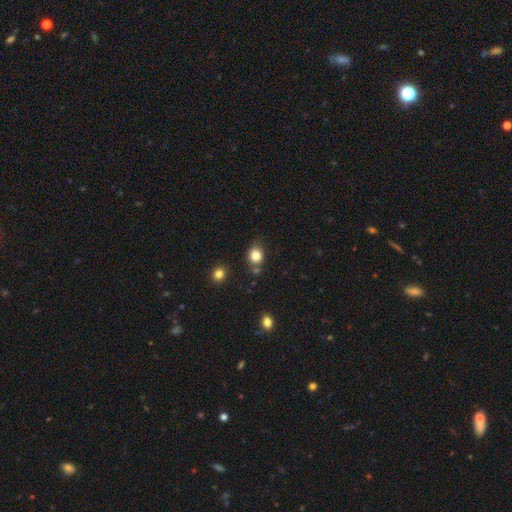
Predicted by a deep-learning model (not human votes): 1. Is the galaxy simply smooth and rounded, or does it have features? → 82% smooth, 11% star or artifact, 7% featured or disk.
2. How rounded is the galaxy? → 62% round, 37% in between, 1% cigar-shaped.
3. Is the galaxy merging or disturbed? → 67% none, 18% minor disturbance, 10% merger, 5% major disturbance.